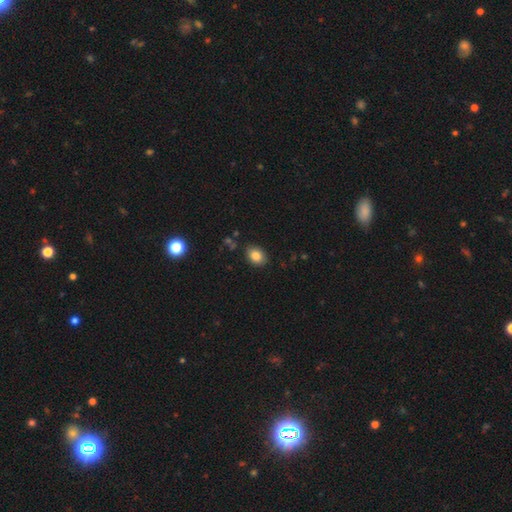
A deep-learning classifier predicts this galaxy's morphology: smooth_or_featured: smooth (p=0.83) [alt: star or artifact p=0.10]
how_rounded: in between (p=0.72) [alt: round p=0.27]
merging: none (p=0.87) [alt: minor disturbance p=0.10]